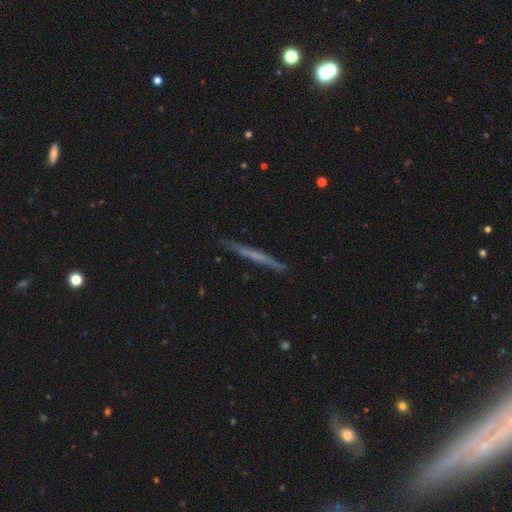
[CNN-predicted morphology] Smooth or featured? featured or disk (54%)
Edge-on disk? yes (97%)
Edge-on bulge? none (83%)
Merging? none (89%)